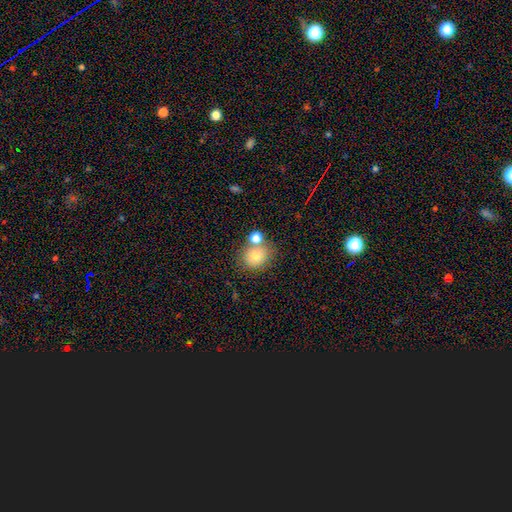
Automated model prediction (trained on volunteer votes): This is likely a smooth galaxy (77%). How rounded: likely round (75%). Merging: likely none (60%).